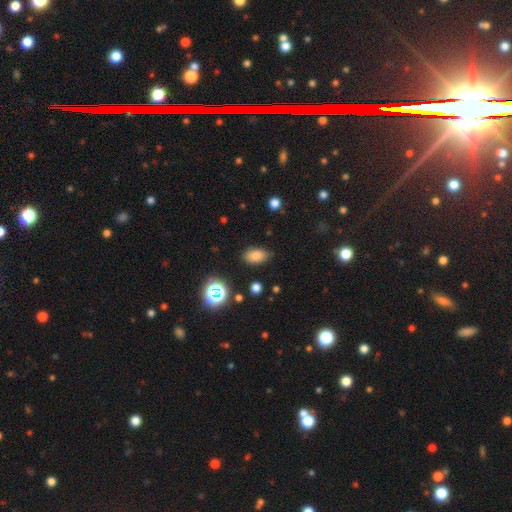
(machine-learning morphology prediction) smooth-or-featured: smooth: 80% | star or artifact: 14% | featured or disk: 6%
  how-rounded: in between: 88% | round: 10% | cigar-shaped: 2%
  merging: none: 81% | minor disturbance: 14% | major disturbance: 3% | merger: 2%